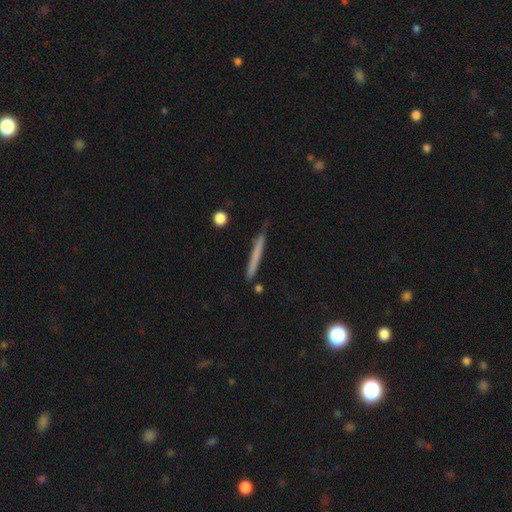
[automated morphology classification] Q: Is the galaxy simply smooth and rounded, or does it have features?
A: smooth — 61%.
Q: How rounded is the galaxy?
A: cigar-shaped — 97%.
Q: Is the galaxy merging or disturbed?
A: none — 85%.